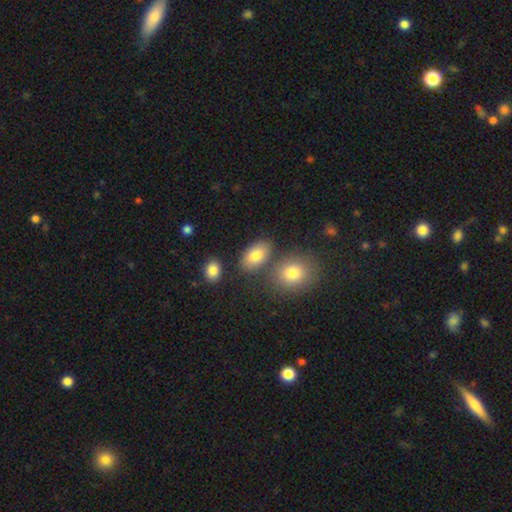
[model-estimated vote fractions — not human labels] Morphology: type=smooth (80%); roundness=in between (90%); merging=none (72%).